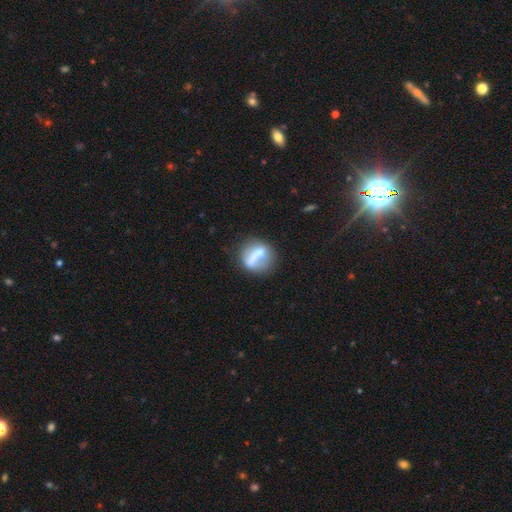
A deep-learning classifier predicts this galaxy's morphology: A smooth galaxy with no disk features (51%) that is round (68%). Merging: none (53%).